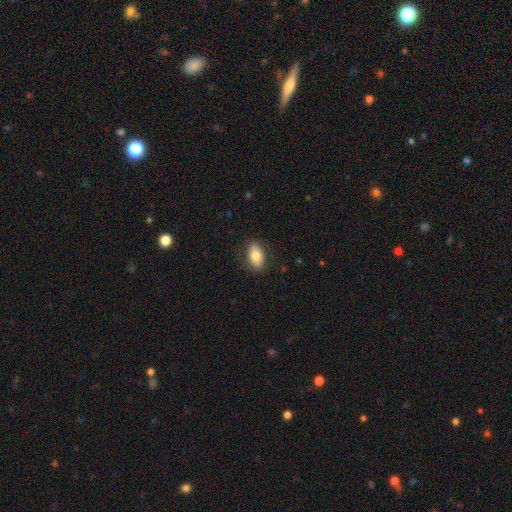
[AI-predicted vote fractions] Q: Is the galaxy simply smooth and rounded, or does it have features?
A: smooth — 78%.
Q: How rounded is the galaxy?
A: in between — 89%.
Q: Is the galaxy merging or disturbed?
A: none — 85%.